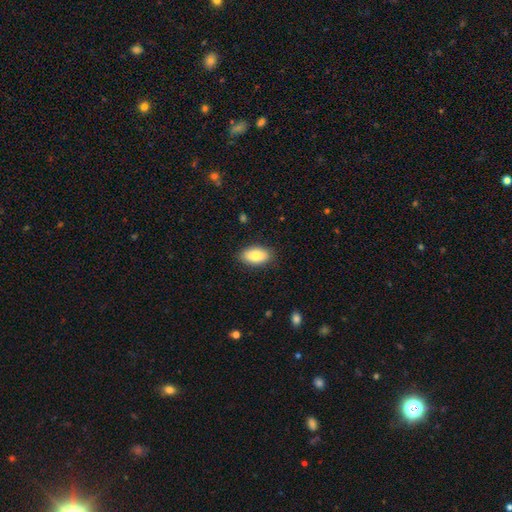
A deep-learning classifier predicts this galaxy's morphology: Smooth or featured: smooth — 83% (featured or disk — 10%)
How rounded: in between — 93% (round — 4%)
Merging: none — 86% (minor disturbance — 10%)